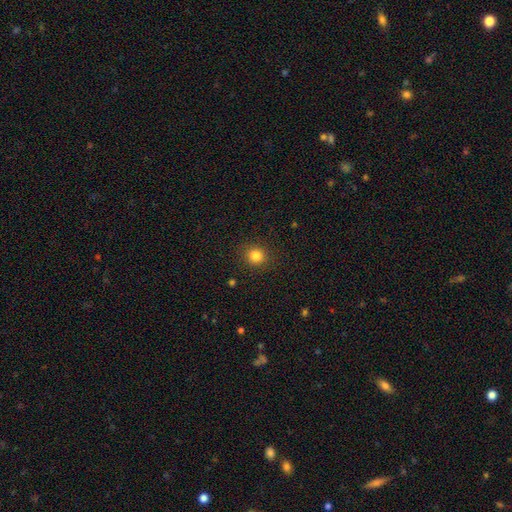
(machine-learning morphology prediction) smooth-or-featured: smooth: 83% | star or artifact: 12% | featured or disk: 5%
  how-rounded: round: 89% | in between: 11% | cigar-shaped: 1%
  merging: none: 90% | minor disturbance: 6% | major disturbance: 2% | merger: 1%